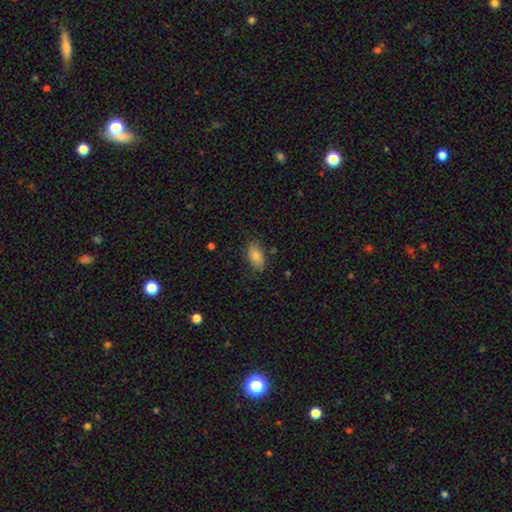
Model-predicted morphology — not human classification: Smooth or featured: smooth — 79% (featured or disk — 12%)
How rounded: in between — 91% (round — 5%)
Merging: none — 82% (minor disturbance — 14%)